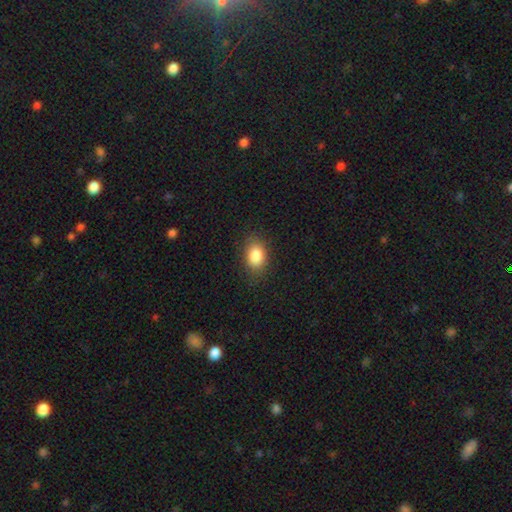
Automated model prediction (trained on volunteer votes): A smooth galaxy with no disk features (85%) that is in between round and cigar-shaped (77%). Merging: none (84%).